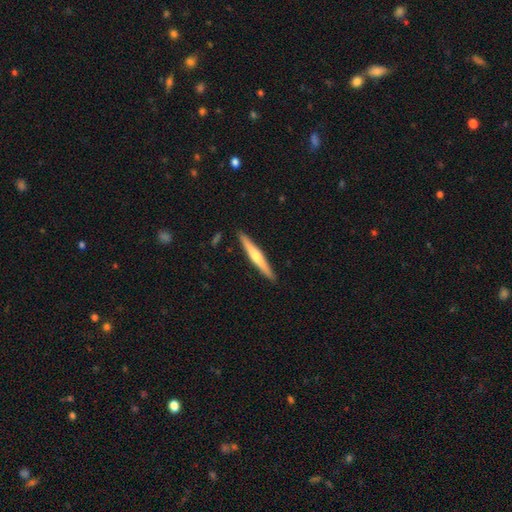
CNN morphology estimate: featured or disk 55%, smooth 40%, star or artifact 5%. Down the decision tree: edge-on disk — yes (97%); edge-on bulge — rounded (73%); merging — none (91%).